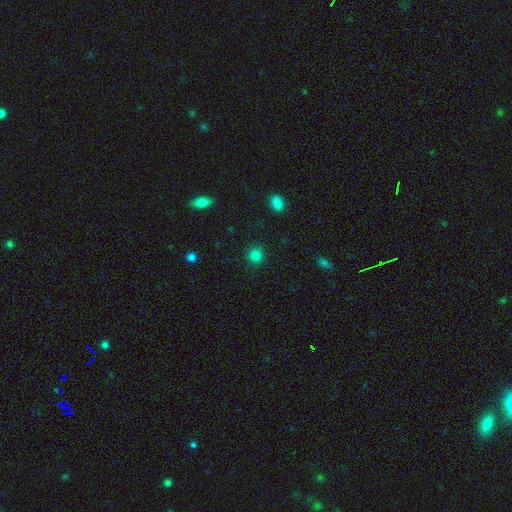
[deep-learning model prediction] A smooth galaxy with no disk features (81%) that is round (88%). Merging: none (89%).